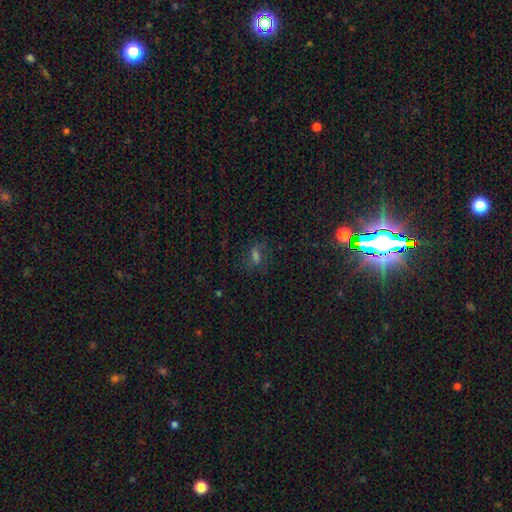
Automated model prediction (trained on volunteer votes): smooth_or_featured: star or artifact (p=0.39) [alt: smooth p=0.36]